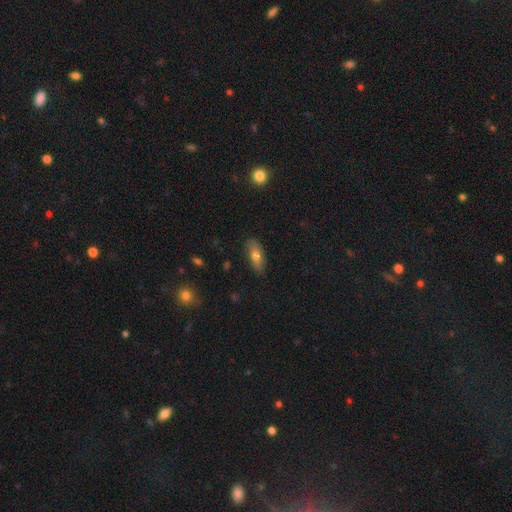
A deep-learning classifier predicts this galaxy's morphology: A smooth galaxy with no disk features (70%) that is in between round and cigar-shaped (76%). Merging: none (83%).